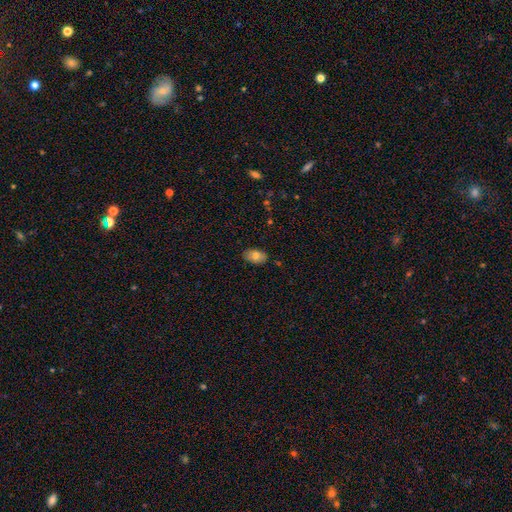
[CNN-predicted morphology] type=smooth (77%); roundness=in between (93%); merging=none (86%).